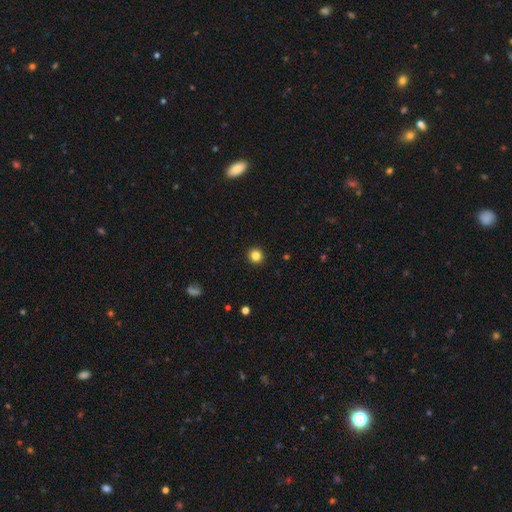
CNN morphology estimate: smooth_or_featured: smooth (p=0.83) [alt: star or artifact p=0.12]
how_rounded: round (p=0.95) [alt: in between p=0.04]
merging: none (p=0.93) [alt: minor disturbance p=0.04]